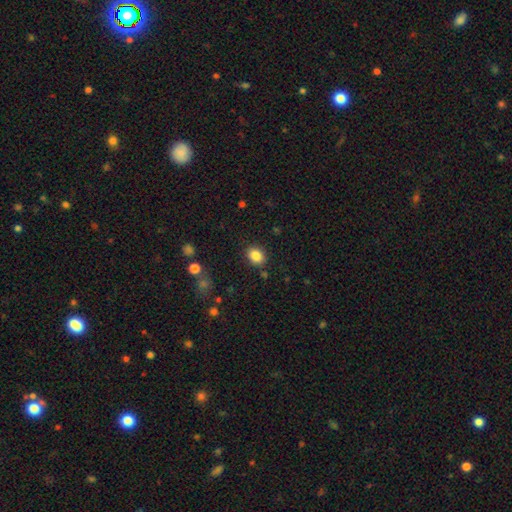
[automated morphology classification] smooth 85%, star or artifact 10%, featured or disk 5%. Down the decision tree: how rounded — in between (53%); merging — none (86%).